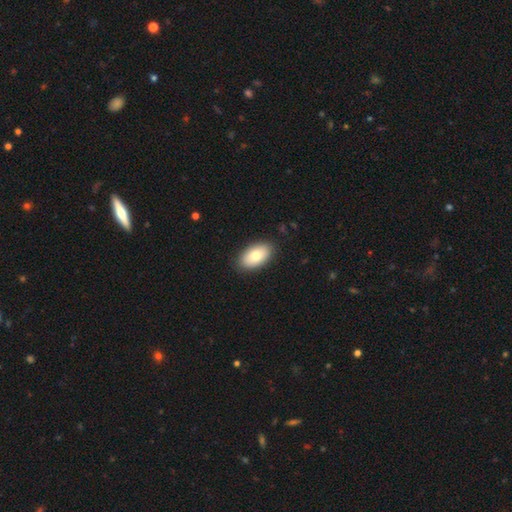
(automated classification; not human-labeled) Q: Smooth or featured?
A: smooth (80%); runner-up: featured or disk (14%)
Q: How rounded?
A: in between (95%); runner-up: round (4%)
Q: Merging?
A: none (88%); runner-up: minor disturbance (9%)